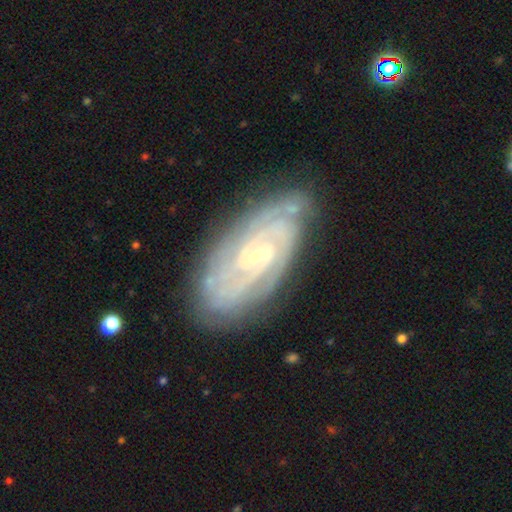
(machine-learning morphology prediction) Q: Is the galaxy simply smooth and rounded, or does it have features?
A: featured or disk — 88%.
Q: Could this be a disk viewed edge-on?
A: no — 95%.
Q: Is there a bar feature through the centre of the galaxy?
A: no — 61%.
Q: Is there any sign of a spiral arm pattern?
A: yes — 98%.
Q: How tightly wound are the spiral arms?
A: tight — 79%.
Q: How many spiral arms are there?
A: can't tell — 24%.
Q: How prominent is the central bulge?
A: small — 82%.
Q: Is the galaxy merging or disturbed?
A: none — 79%.